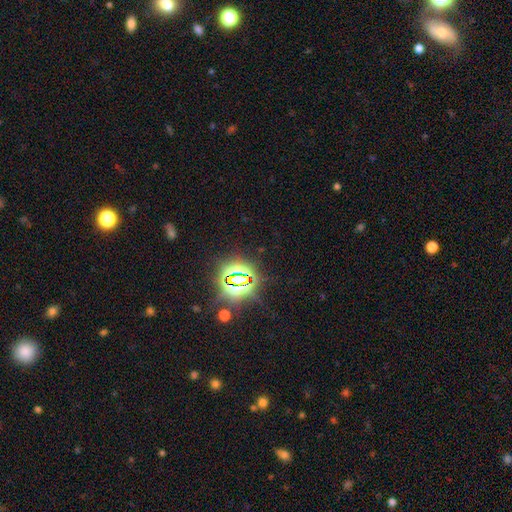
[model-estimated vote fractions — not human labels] star or artifact 80%, smooth 12%, featured or disk 8%.